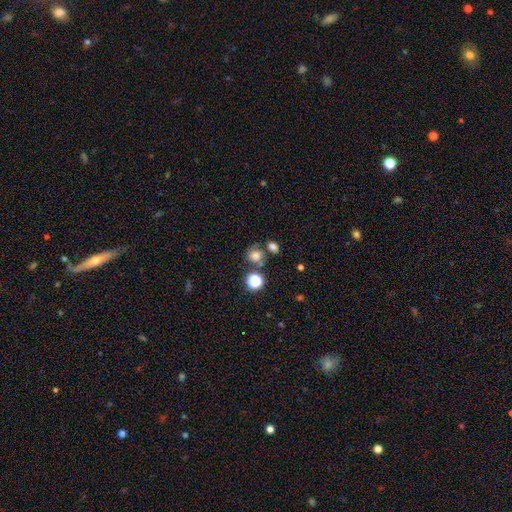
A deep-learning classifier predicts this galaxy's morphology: Smooth or featured? Predicted: smooth (p=0.72). How rounded? Predicted: round (p=0.71). Merging? Predicted: none (p=0.55).